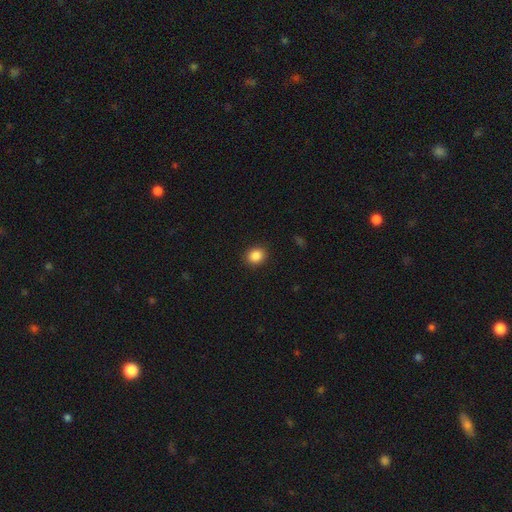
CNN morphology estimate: Smooth or featured? smooth (86%)
How rounded? round (69%)
Merging? none (91%)